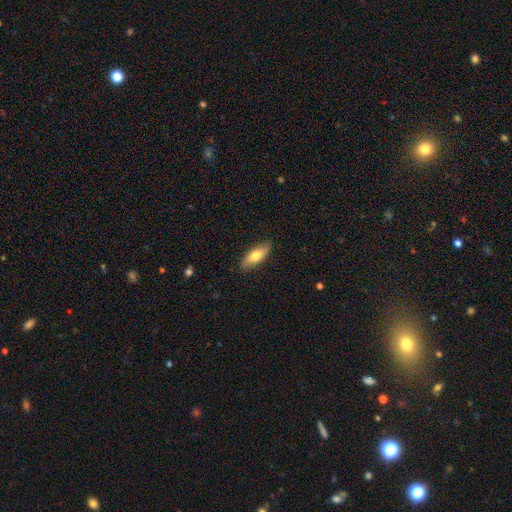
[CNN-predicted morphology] Overall: smooth (73%). How rounded: in between (70%). Merging: none (86%).